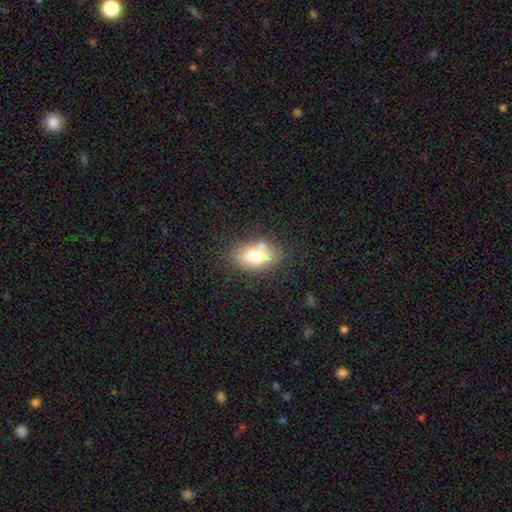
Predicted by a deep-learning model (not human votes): Q: Smooth or featured?
A: smooth (69%); runner-up: featured or disk (20%)
Q: How rounded?
A: in between (80%); runner-up: round (17%)
Q: Merging?
A: none (71%); runner-up: minor disturbance (16%)